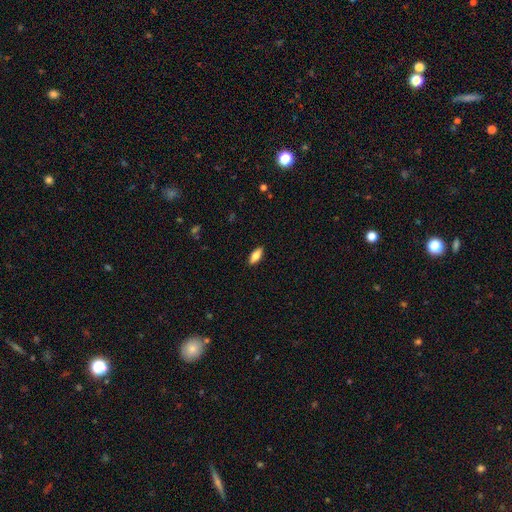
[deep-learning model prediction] Smooth or featured? Predicted: smooth (p=0.76). How rounded? Predicted: in between (p=0.80). Merging? Predicted: none (p=0.89).